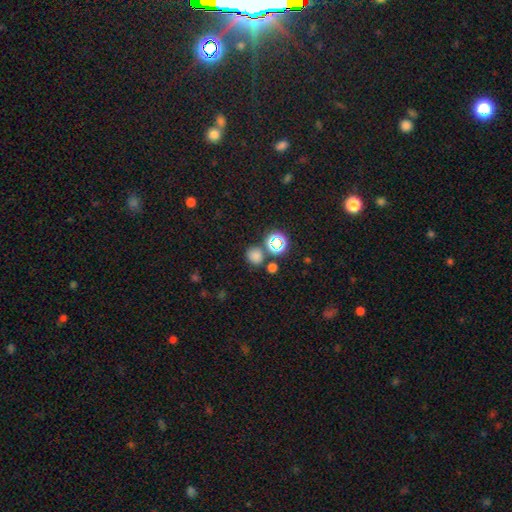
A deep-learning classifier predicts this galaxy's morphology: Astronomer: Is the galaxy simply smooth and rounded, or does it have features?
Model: smooth — 72%.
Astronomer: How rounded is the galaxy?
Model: round — 79%.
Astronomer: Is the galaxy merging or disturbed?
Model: none — 72%.